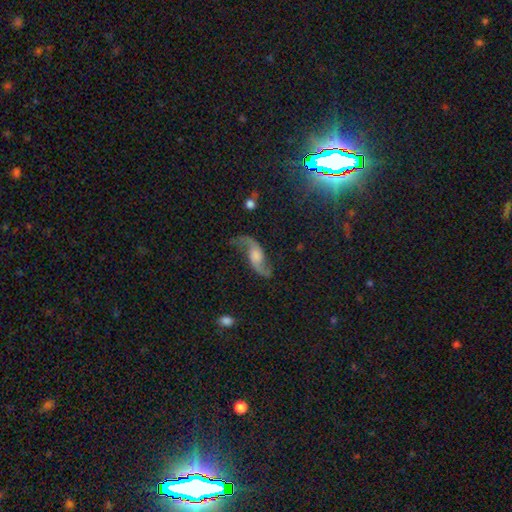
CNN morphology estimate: Smooth or featured?
  - featured or disk: 86% *
  - smooth: 7%
  - star or artifact: 7%
Edge-on disk?
  - no: 94% *
  - yes: 6%
Bar?
  - no: 57% *
  - weak: 34%
  - strong: 9%
Spiral arms?
  - yes: 97% *
  - no: 3%
Spiral winding?
  - loose: 82% *
  - medium: 15%
  - tight: 3%
Spiral arm count?
  - 2: 94% *
  - 1: 2%
  - can't tell: 2%
  - 3: 1%
  - 4: 1%
  - more than 4: 1%
Bulge size?
  - moderate: 34% *
  - small: 21%
  - none: 21%
  - large: 20%
  - dominant: 3%
Merging?
  - none: 75% *
  - minor disturbance: 15%
  - major disturbance: 8%
  - merger: 2%